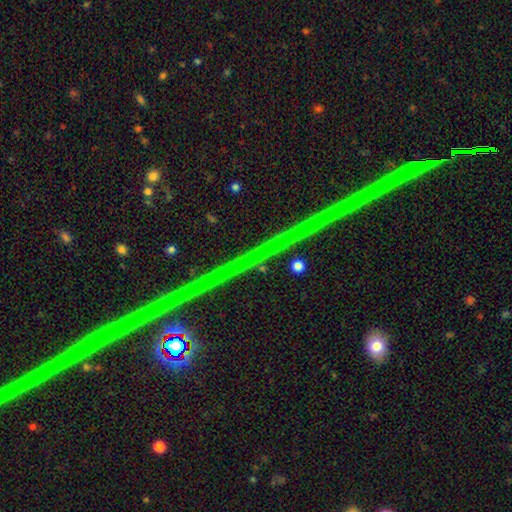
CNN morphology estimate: A star or artifact, not a galaxy (84%).